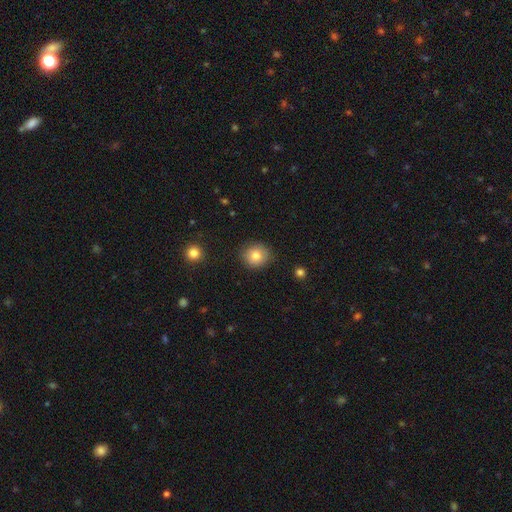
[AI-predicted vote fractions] This is likely a smooth galaxy (80%). How rounded: clearly round (87%). Merging: clearly none (87%).